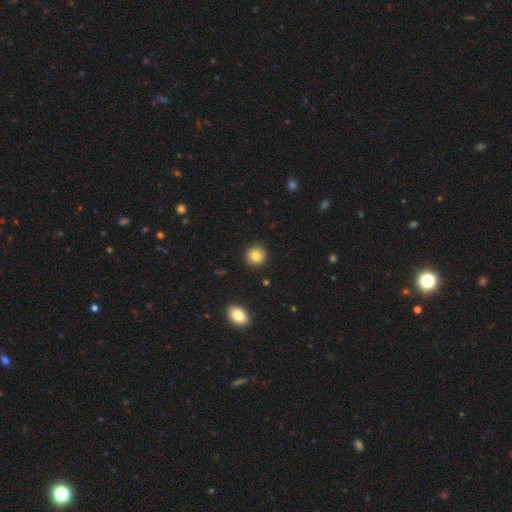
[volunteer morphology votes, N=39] Smooth or featured?
  - smooth: 79% *
  - featured or disk: 10%
  - star or artifact: 10%
How rounded?
  - round: 90% *
  - in between: 10%
  - cigar-shaped: 0%
Merging?
  - none: 89% *
  - minor disturbance: 6%
  - merger: 6%
  - major disturbance: 0%